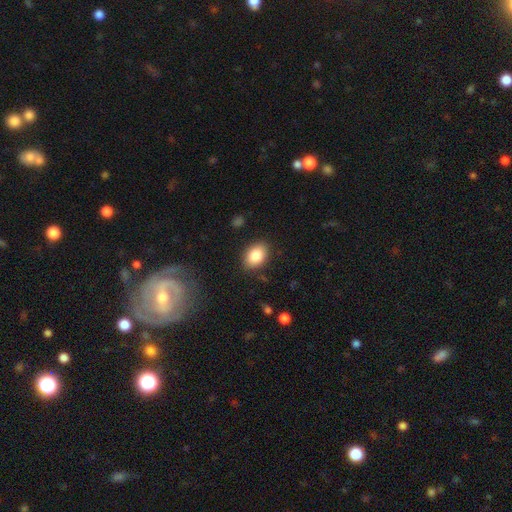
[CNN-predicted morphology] Smooth or featured?
  - smooth: 85% *
  - star or artifact: 8%
  - featured or disk: 8%
How rounded?
  - in between: 79% *
  - round: 20%
  - cigar-shaped: 1%
Merging?
  - none: 86% *
  - minor disturbance: 10%
  - major disturbance: 3%
  - merger: 1%